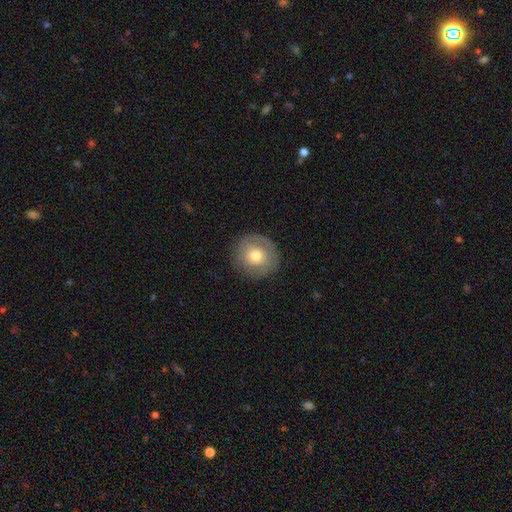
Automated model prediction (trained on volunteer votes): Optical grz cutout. It shows a smooth galaxy with no disk features (61%) that is round (91%). Merging: none (84%).